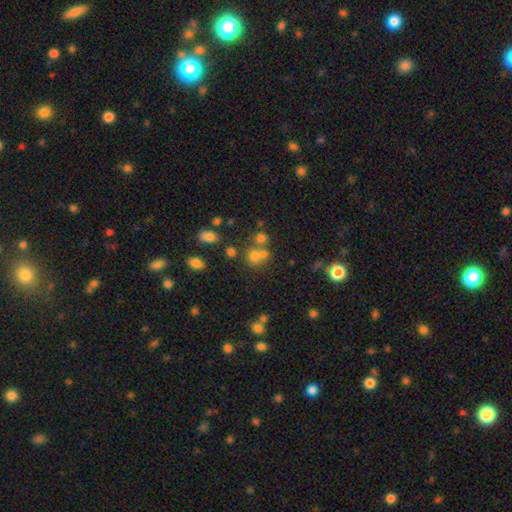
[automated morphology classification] Smooth or featured?
  - smooth: 61% *
  - star or artifact: 24%
  - featured or disk: 15%
How rounded?
  - round: 81% *
  - in between: 18%
  - cigar-shaped: 1%
Merging?
  - none: 47% *
  - merger: 40%
  - minor disturbance: 8%
  - major disturbance: 4%